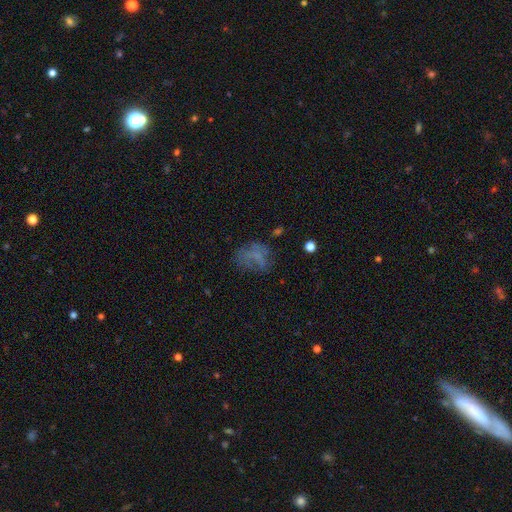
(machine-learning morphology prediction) Smooth or featured: smooth — 50% (featured or disk — 31%)
Merging: none — 43% (major disturbance — 29%)